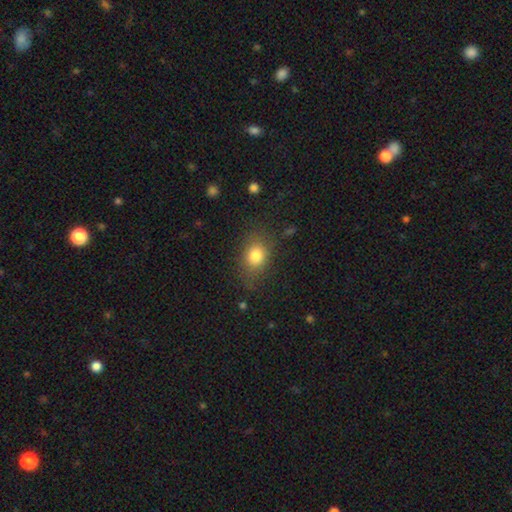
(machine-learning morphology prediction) A smooth galaxy with no disk features (80%) that is in between round and cigar-shaped (61%).

Vote fractions:
- Smooth or featured? smooth: 80% / star or artifact: 10% / featured or disk: 9%
- How rounded? in between: 61% / round: 38% / cigar-shaped: 2%
- Merging? none: 74% / minor disturbance: 18% / major disturbance: 7% / merger: 2%